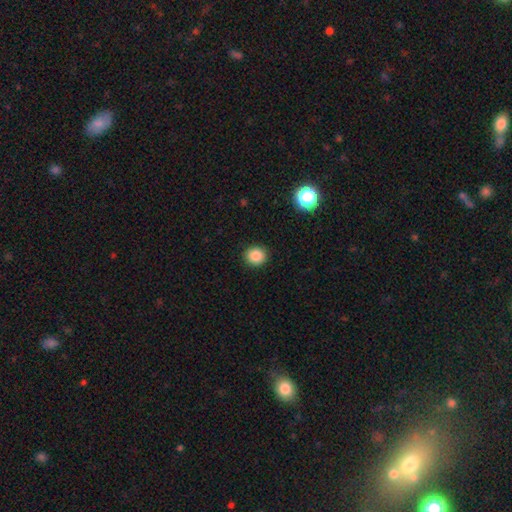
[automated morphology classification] Overall: smooth (86%). How rounded: round (87%). Merging: none (92%).